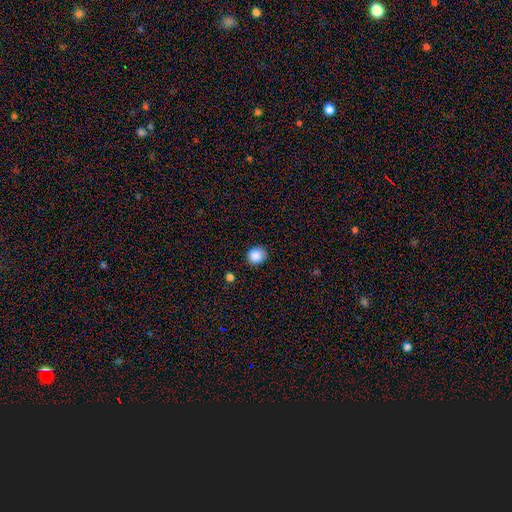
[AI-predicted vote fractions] Smooth or featured: smooth — 88% (star or artifact — 9%)
How rounded: round — 78% (in between — 21%)
Merging: none — 86% (minor disturbance — 10%)